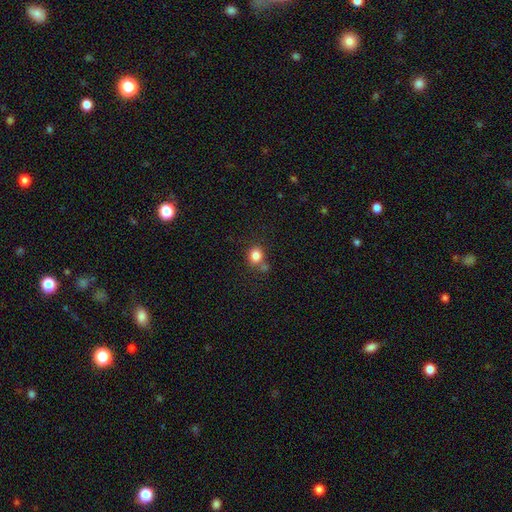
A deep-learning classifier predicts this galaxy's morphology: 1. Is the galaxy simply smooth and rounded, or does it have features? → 83% smooth, 11% star or artifact, 6% featured or disk.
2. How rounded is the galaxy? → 78% round, 22% in between, 1% cigar-shaped.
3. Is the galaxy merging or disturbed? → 67% none, 15% merger, 13% minor disturbance, 4% major disturbance.